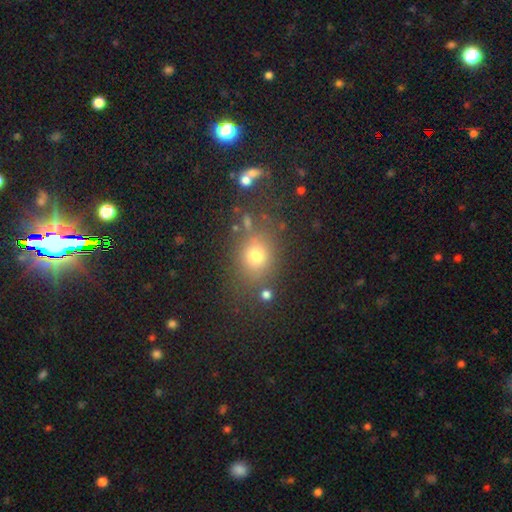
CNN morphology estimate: Overall: smooth (72%). How rounded: round (64%; in between 34%). Merging: none (75%).